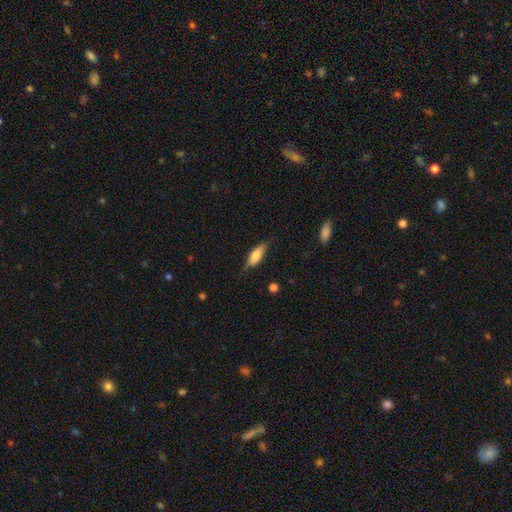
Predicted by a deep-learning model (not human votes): The model was most divided on "how rounded": in between: 63%, cigar-shaped: 34%, round: 2%. More confident: merging — none (71%); smooth or featured — smooth (69%).